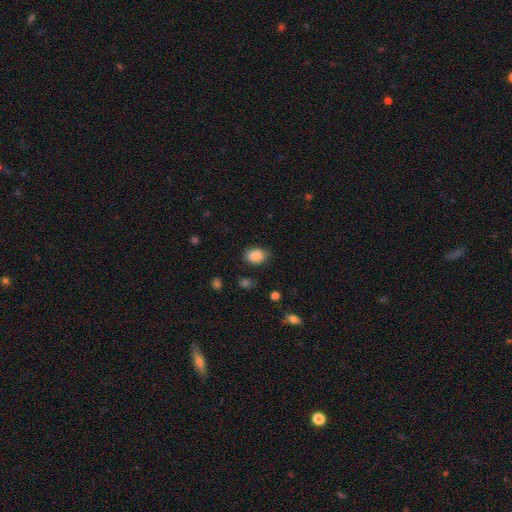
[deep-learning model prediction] Overall: smooth (86%). How rounded: in between (69%; round 30%). Merging: none (82%).